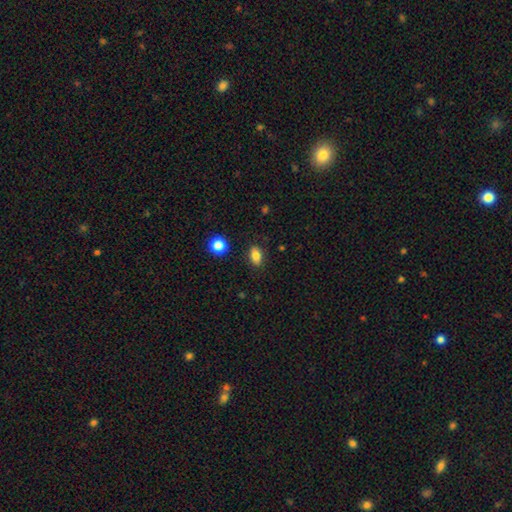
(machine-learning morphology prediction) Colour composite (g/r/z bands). It shows a smooth galaxy with no disk features (82%) that is in between round and cigar-shaped (82%). Merging: none (86%).